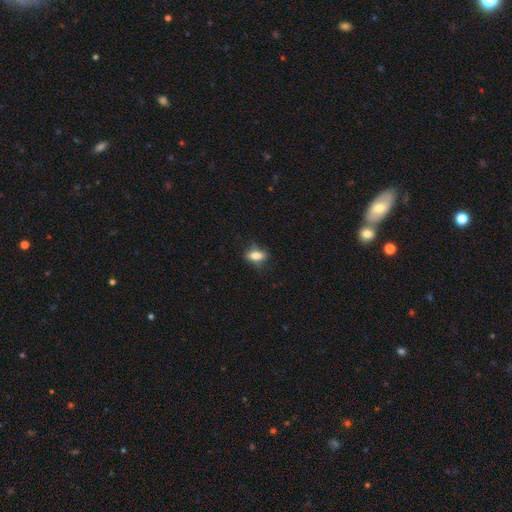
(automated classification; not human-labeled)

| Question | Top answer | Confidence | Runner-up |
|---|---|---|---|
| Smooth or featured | smooth | 74% | featured or disk (17%) |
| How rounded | in between | 77% | cigar-shaped (13%) |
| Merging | none | 72% | minor disturbance (21%) |